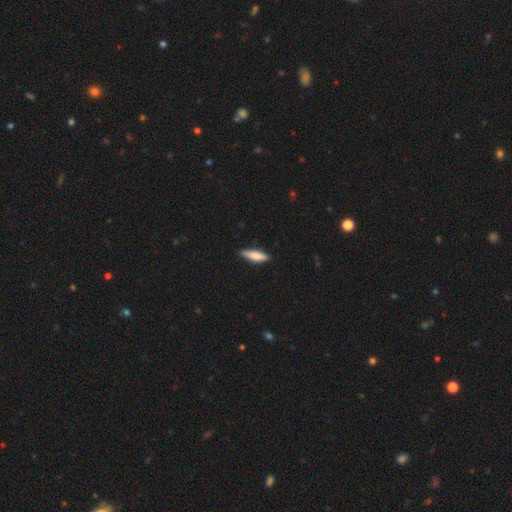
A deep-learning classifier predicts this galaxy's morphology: Smooth or featured?
  - smooth: 74% *
  - featured or disk: 20%
  - star or artifact: 6%
How rounded?
  - cigar-shaped: 65% *
  - in between: 34%
  - round: 2%
Merging?
  - none: 86% *
  - minor disturbance: 11%
  - major disturbance: 2%
  - merger: 1%